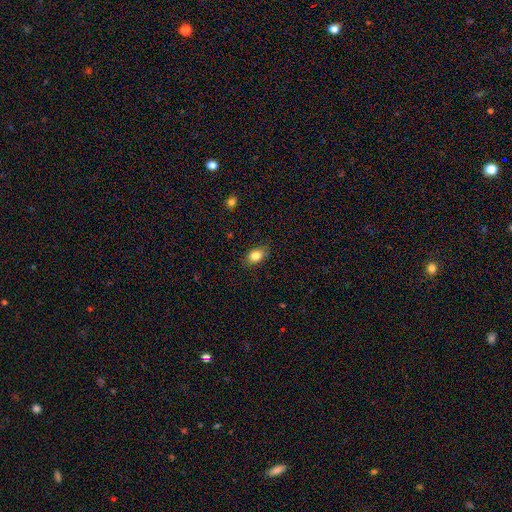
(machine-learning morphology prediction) The model was most divided on "how rounded": in between: 79%, round: 19%, cigar-shaped: 2%. More confident: smooth or featured — smooth (84%); merging — none (83%).